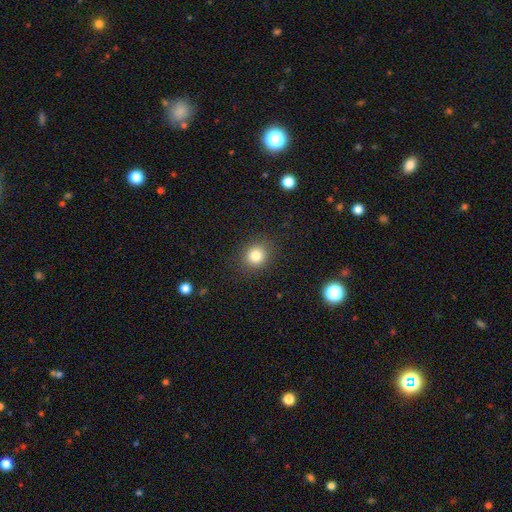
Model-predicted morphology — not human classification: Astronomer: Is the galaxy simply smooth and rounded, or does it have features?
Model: smooth — 82%.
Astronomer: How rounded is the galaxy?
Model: round — 81%.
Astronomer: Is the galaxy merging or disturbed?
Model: none — 88%.